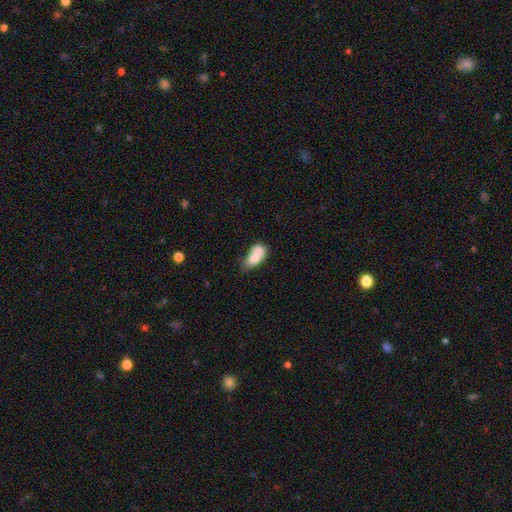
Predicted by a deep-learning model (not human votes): Smooth or featured?
  - smooth: 70% *
  - featured or disk: 22%
  - star or artifact: 8%
How rounded?
  - in between: 80% *
  - round: 15%
  - cigar-shaped: 4%
Merging?
  - merger: 58% *
  - none: 21%
  - minor disturbance: 13%
  - major disturbance: 8%